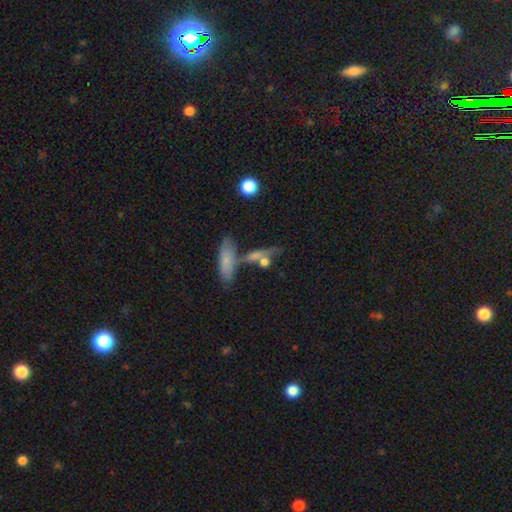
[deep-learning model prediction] Smooth or featured: smooth — 47% (featured or disk — 37%)
Merging: none — 51% (merger — 29%)